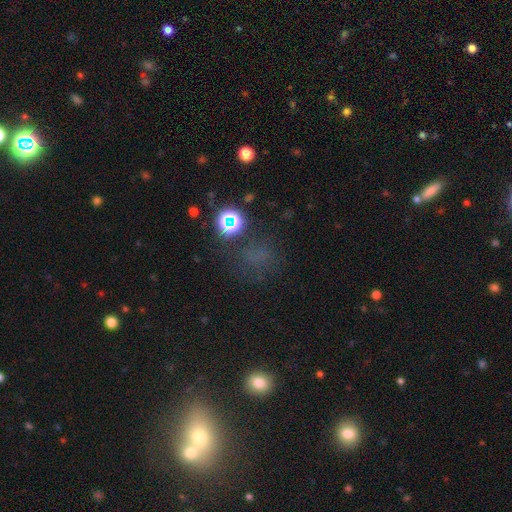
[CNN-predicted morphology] type=star or artifact (48%).